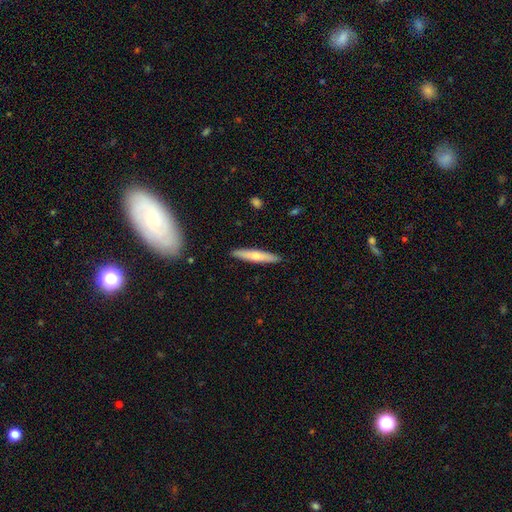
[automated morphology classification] This is likely a smooth galaxy (61%). How rounded: clearly cigar-shaped (89%). Merging: clearly none (90%).